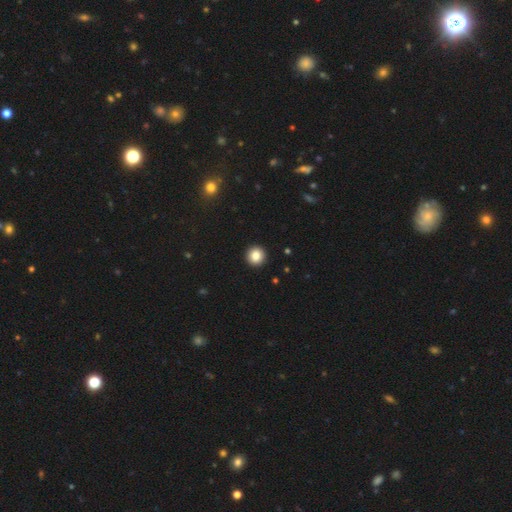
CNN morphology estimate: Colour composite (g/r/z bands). It shows a smooth galaxy with no disk features (85%) that is round (94%). Merging: none (94%).